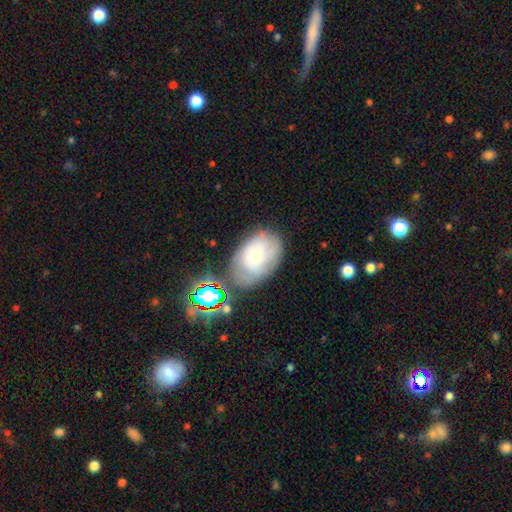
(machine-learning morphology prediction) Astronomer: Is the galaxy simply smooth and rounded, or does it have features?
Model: smooth — 56%.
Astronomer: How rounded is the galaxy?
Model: in between — 84%.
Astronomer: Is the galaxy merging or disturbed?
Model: none — 57%.